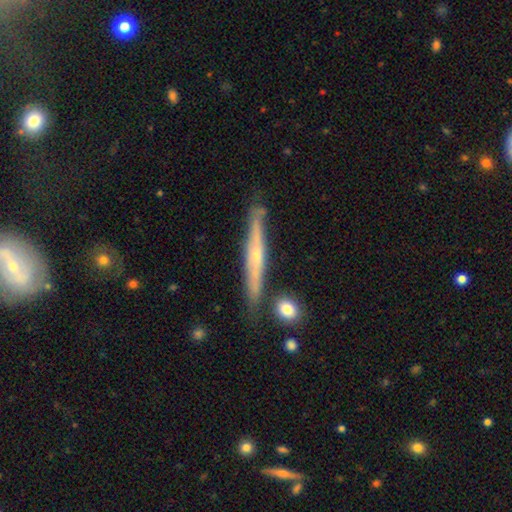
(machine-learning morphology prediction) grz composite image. It shows a featured or disk galaxy (71%) viewed edge-on (94%) with a rounded central bulge (73%). Merging: none (79%).